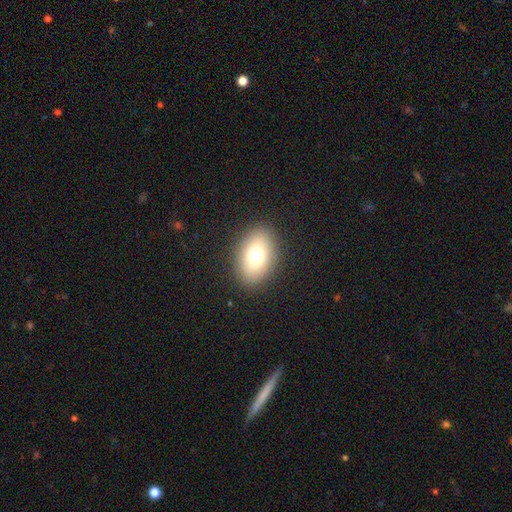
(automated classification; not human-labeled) Smooth or featured: smooth — 74% (featured or disk — 16%)
How rounded: in between — 86% (round — 13%)
Merging: none — 87% (minor disturbance — 9%)